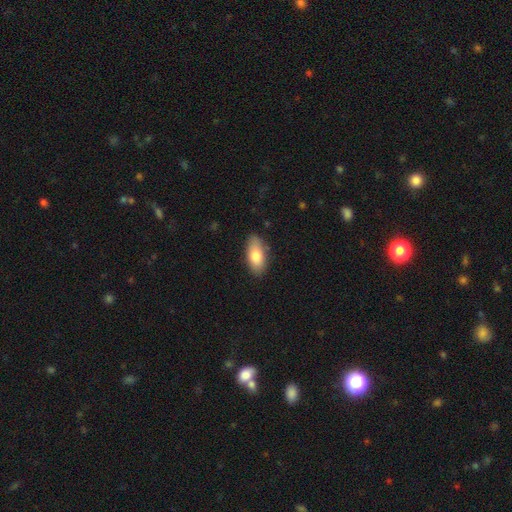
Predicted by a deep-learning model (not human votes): This appears to be a smooth galaxy with no disk features (80%) that is in between round and cigar-shaped (90%). Merging: none (84%).